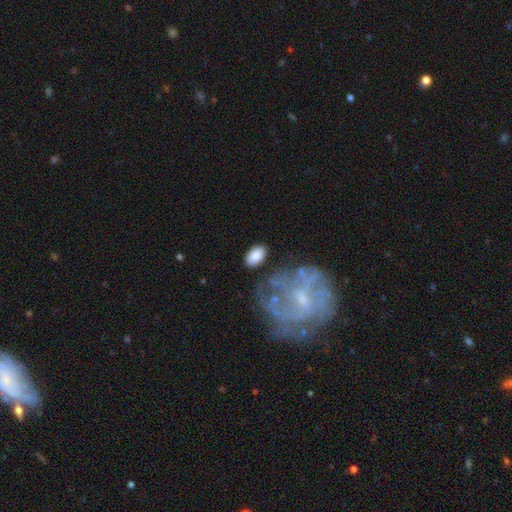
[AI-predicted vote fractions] Smooth or featured?
  - smooth: 83% *
  - featured or disk: 11%
  - star or artifact: 6%
How rounded?
  - in between: 92% *
  - round: 6%
  - cigar-shaped: 2%
Merging?
  - none: 78% *
  - minor disturbance: 13%
  - major disturbance: 5%
  - merger: 4%